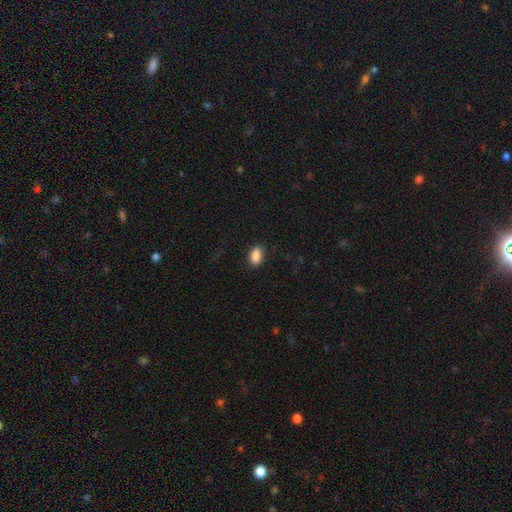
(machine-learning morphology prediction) A smooth galaxy with no disk features (89%) that is in between round and cigar-shaped (90%).

Vote fractions:
- Smooth or featured? smooth: 89% / star or artifact: 7% / featured or disk: 4%
- How rounded? in between: 90% / round: 5% / cigar-shaped: 5%
- Merging? none: 86% / minor disturbance: 10% / major disturbance: 3% / merger: 1%